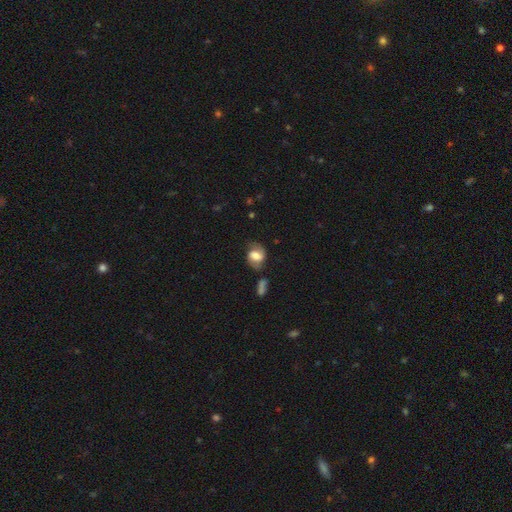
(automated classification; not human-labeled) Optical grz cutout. It shows a smooth galaxy with no disk features (50%). Merging: none (56%).